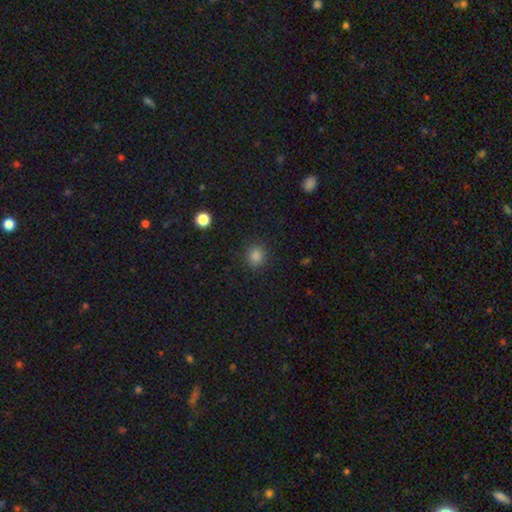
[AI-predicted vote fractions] Smooth or featured? smooth (83%)
How rounded? round (87%)
Merging? none (90%)